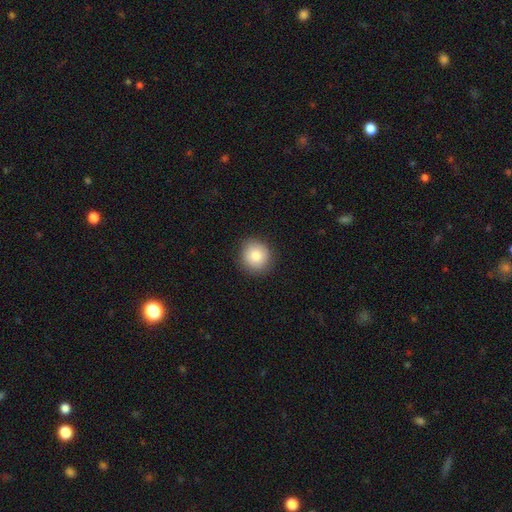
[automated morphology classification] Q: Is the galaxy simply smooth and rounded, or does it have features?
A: smooth — 83%.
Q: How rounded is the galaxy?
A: round — 87%.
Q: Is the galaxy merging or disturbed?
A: none — 88%.